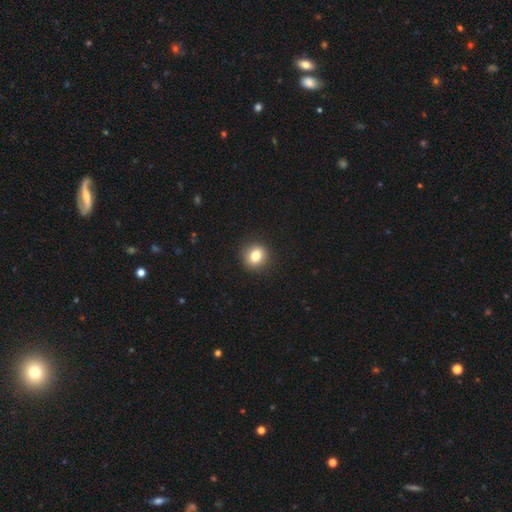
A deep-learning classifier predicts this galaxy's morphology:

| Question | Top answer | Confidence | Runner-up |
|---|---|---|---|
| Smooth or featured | smooth | 80% | star or artifact (10%) |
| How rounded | round | 83% | in between (16%) |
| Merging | none | 91% | minor disturbance (6%) |